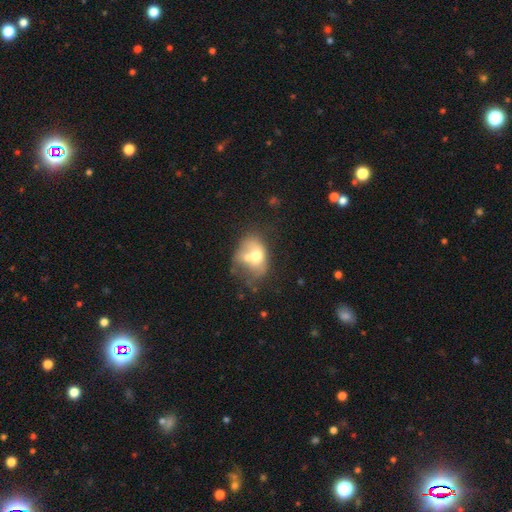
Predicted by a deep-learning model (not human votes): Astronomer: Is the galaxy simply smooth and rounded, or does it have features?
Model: smooth — 58%.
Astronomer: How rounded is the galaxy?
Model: in between — 66%.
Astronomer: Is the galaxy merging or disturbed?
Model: merger — 54%.